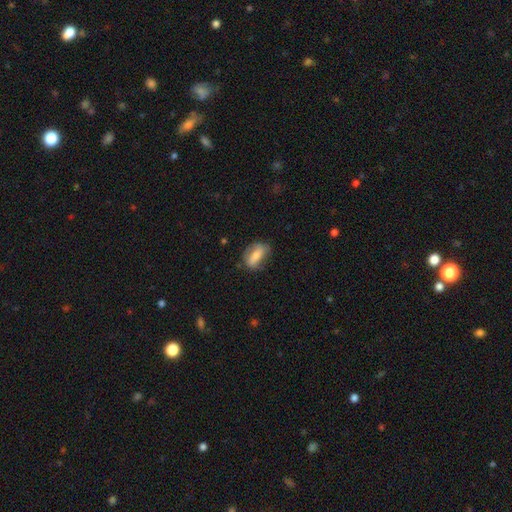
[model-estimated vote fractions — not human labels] Q: Smooth or featured?
A: smooth (67%); runner-up: featured or disk (26%)
Q: How rounded?
A: in between (79%); runner-up: cigar-shaped (13%)
Q: Merging?
A: none (68%); runner-up: minor disturbance (23%)